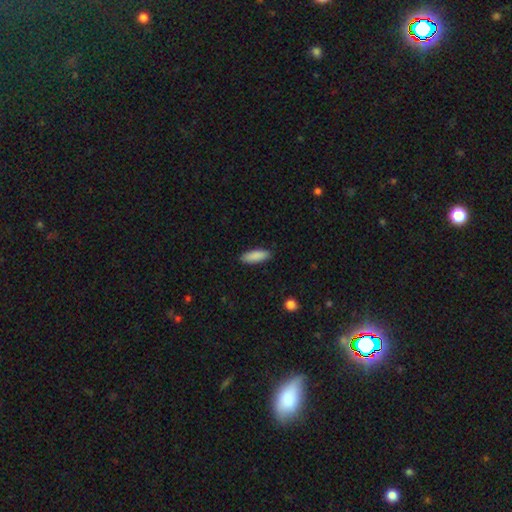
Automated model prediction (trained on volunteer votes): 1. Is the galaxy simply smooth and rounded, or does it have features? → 89% smooth, 6% star or artifact, 5% featured or disk.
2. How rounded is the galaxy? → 63% in between, 35% cigar-shaped, 2% round.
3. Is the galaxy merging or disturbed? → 88% none, 9% minor disturbance, 2% major disturbance, 1% merger.